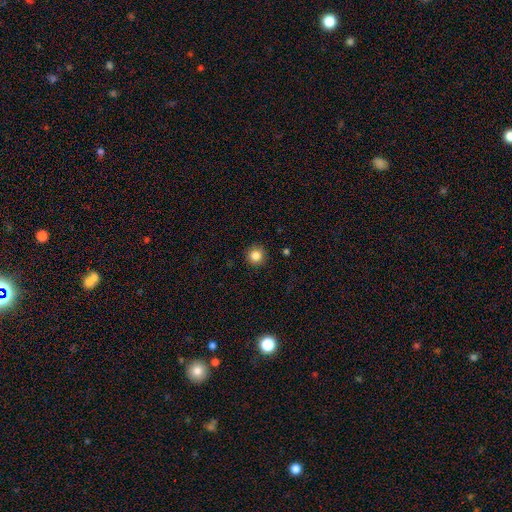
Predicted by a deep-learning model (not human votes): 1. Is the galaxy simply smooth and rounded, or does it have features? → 85% smooth, 11% star or artifact, 4% featured or disk.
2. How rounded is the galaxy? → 95% round, 4% in between, 1% cigar-shaped.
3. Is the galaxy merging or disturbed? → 92% none, 5% minor disturbance, 2% major disturbance, 1% merger.